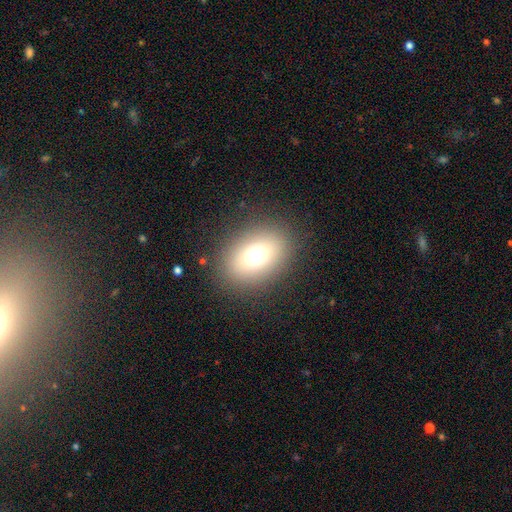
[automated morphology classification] Smooth or featured? Predicted: smooth (p=0.74). How rounded? Predicted: in between (p=0.74). Merging? Predicted: none (p=0.87).